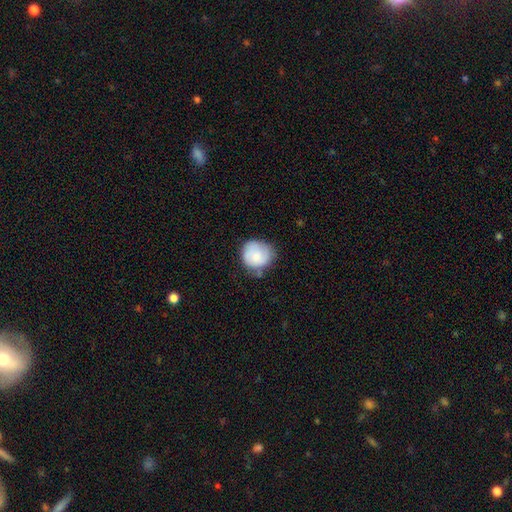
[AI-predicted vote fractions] smooth 78%, featured or disk 16%, star or artifact 7%. Down the decision tree: how rounded — round (82%); merging — none (55%).